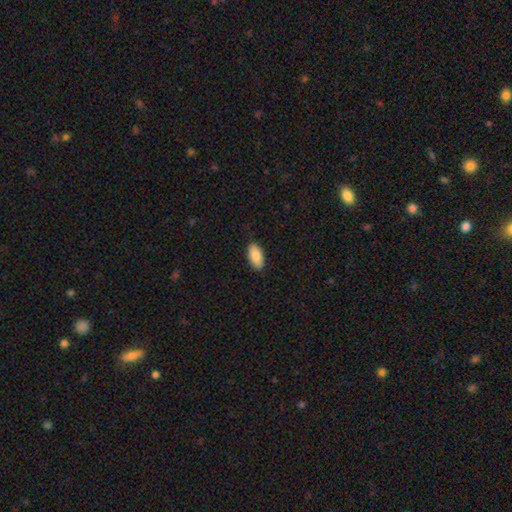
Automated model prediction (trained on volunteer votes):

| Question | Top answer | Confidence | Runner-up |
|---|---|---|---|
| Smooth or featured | smooth | 86% | featured or disk (7%) |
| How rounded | in between | 92% | cigar-shaped (6%) |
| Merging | none | 87% | minor disturbance (10%) |